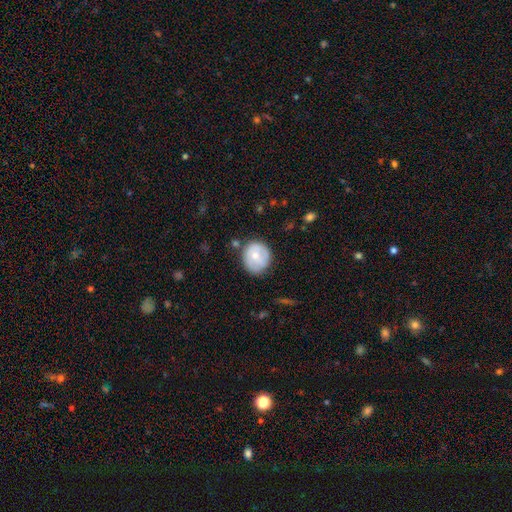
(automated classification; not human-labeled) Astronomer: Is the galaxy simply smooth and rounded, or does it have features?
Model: smooth — 58% (runner-up: featured or disk, 36%).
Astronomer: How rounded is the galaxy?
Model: round — 82%.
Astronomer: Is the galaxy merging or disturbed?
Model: none — 72%.